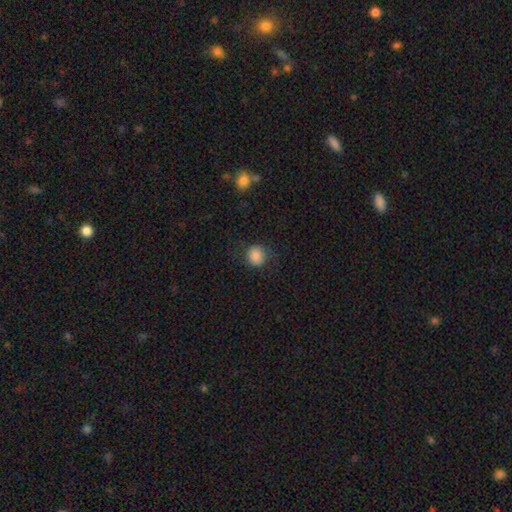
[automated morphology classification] type=smooth (84%); roundness=round (84%); merging=none (80%).